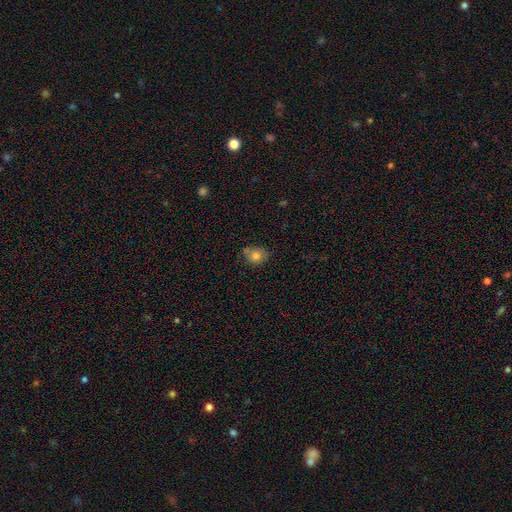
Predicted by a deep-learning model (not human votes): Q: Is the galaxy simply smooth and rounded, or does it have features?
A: smooth — 79%.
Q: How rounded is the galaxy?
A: round — 62%.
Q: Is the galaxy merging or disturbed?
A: none — 64%.